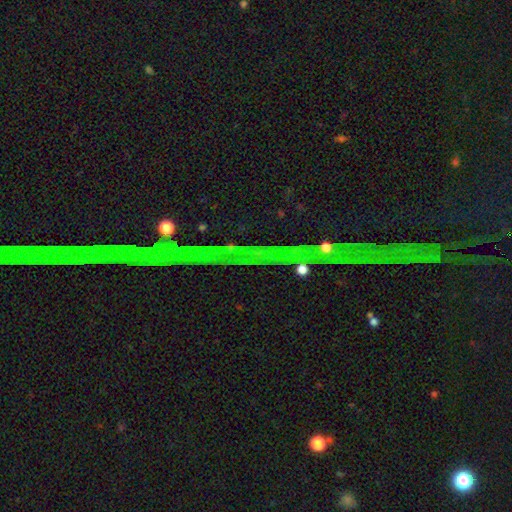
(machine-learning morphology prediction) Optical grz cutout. It shows a star or artifact, not a galaxy (84%).